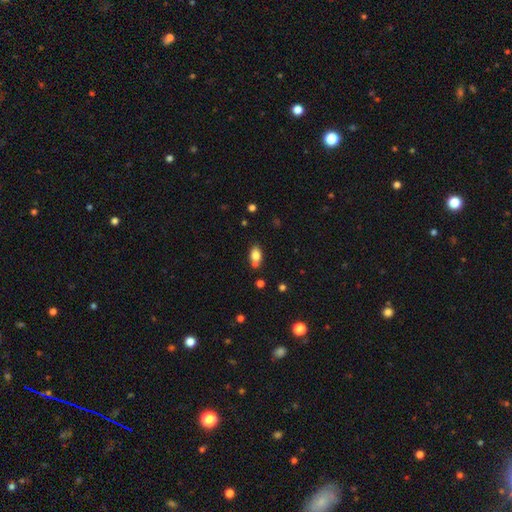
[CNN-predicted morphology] Overall: smooth (79%). How rounded: in between (84%). Merging: none (59%; merger 21%).